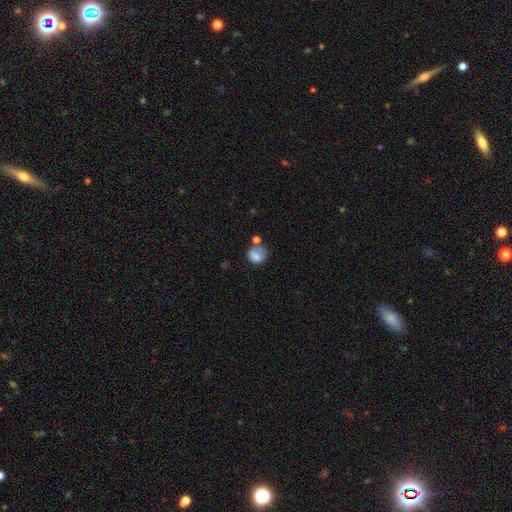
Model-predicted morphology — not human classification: Q: Smooth or featured?
A: smooth (74%); runner-up: featured or disk (16%)
Q: How rounded?
A: round (65%); runner-up: in between (34%)
Q: Merging?
A: none (42%); runner-up: minor disturbance (23%)